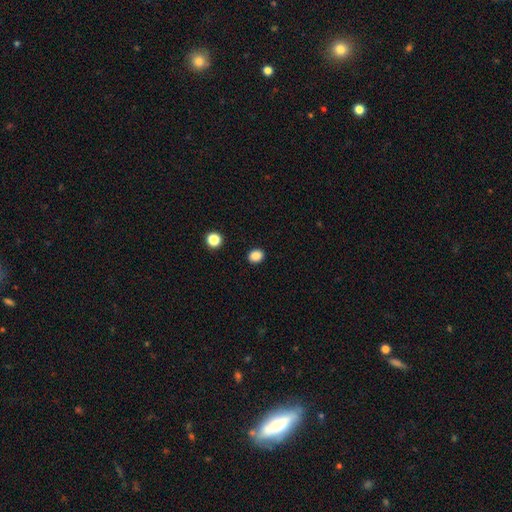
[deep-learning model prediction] Smooth or featured? smooth (87%)
How rounded? round (57%)
Merging? none (90%)